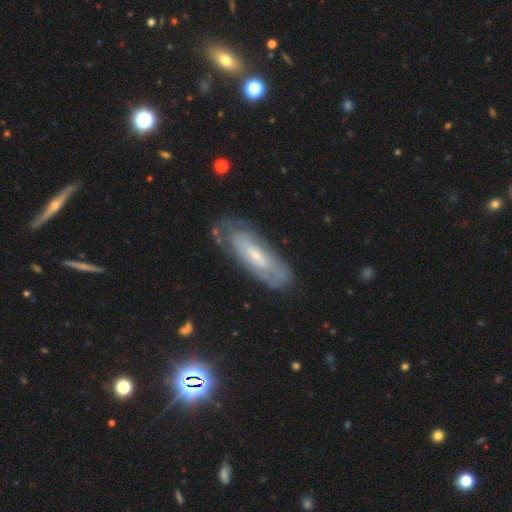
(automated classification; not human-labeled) Q: Smooth or featured?
A: featured or disk (69%); runner-up: smooth (24%)
Q: Edge-on disk?
A: no (81%); runner-up: yes (19%)
Q: Bar?
A: no (50%); runner-up: weak (37%)
Q: Spiral arms?
A: yes (75%); runner-up: no (25%)
Q: Bulge size?
A: small (65%); runner-up: moderate (28%)
Q: Merging?
A: none (74%); runner-up: minor disturbance (18%)